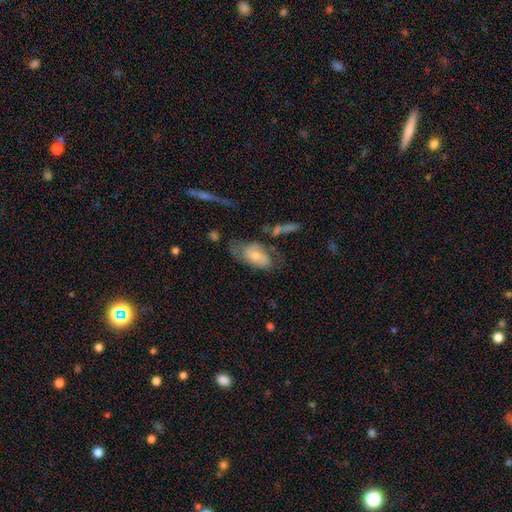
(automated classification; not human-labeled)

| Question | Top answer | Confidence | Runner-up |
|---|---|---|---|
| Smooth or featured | smooth | 56% | featured or disk (37%) |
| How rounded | in between | 90% | round (5%) |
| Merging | none | 43% | minor disturbance (27%) |